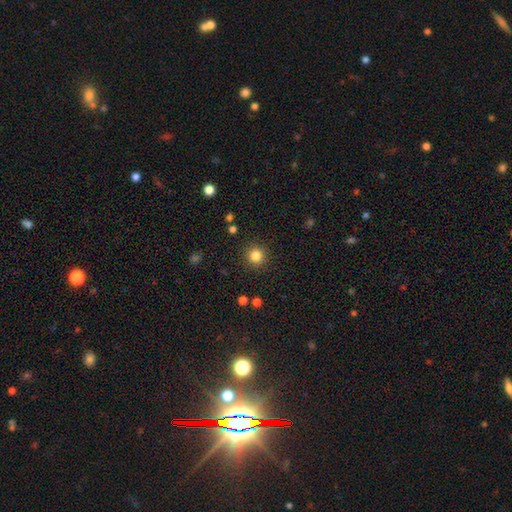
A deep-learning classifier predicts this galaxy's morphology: smooth 83%, star or artifact 12%, featured or disk 5%. Down the decision tree: how rounded — round (94%); merging — none (91%).